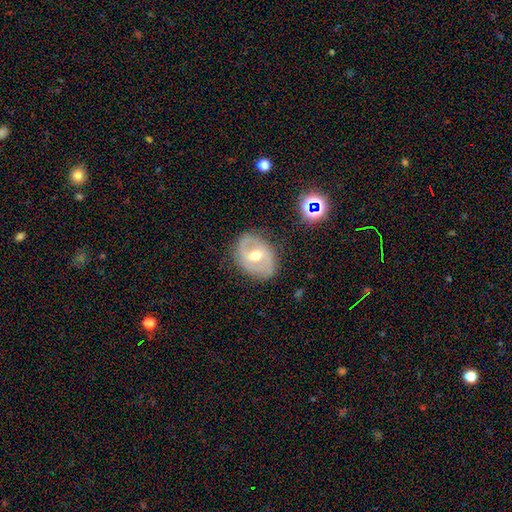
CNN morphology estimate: Smooth or featured? featured or disk (71%)
Edge-on disk? no (96%)
Bar? weak (48%)
Spiral arms? yes (75%)
Spiral winding? medium (46%)
Spiral arm count? 2 (80%)
Bulge size? moderate (76%)
Merging? none (77%)